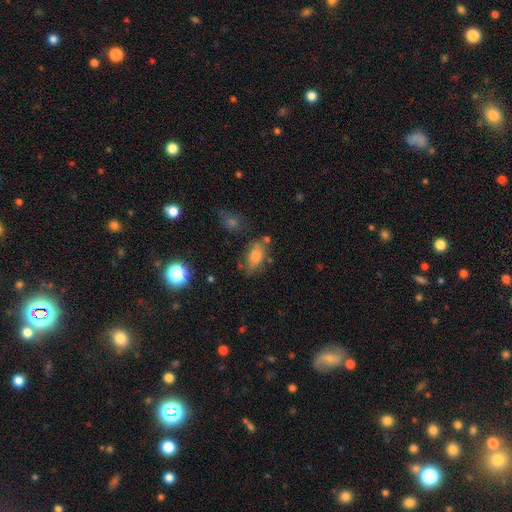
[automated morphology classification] Overall: smooth (76%). How rounded: in between (87%). Merging: none (55%; minor disturbance 25%).